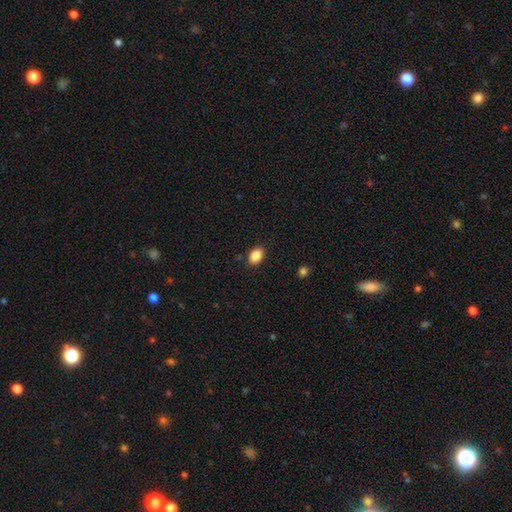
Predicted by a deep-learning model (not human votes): A smooth galaxy with no disk features (88%) that is in between round and cigar-shaped (82%). Merging: none (88%).